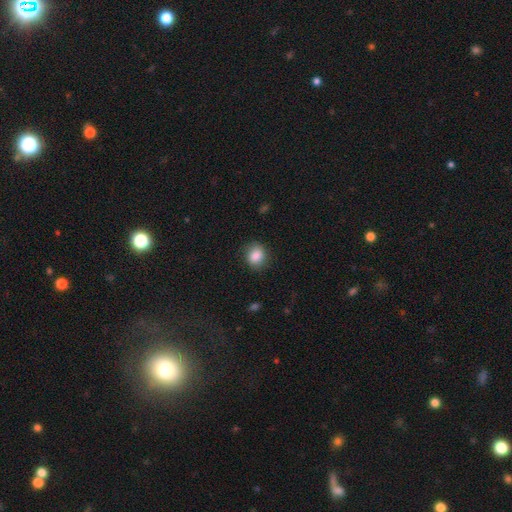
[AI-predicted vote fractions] Morphology: type=smooth (86%); roundness=round (65%); merging=none (83%).